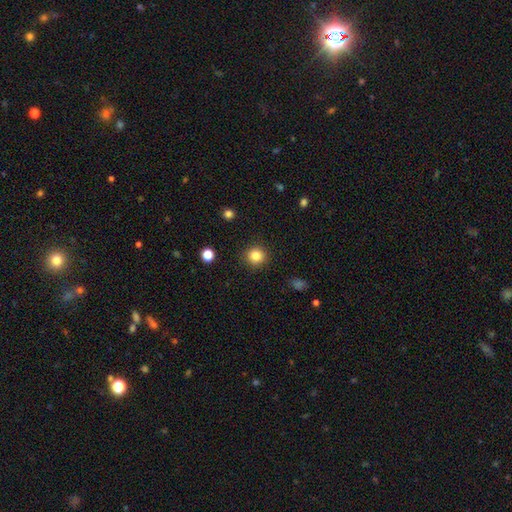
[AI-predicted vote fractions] This is clearly a smooth galaxy (84%). How rounded: clearly round (92%). Merging: clearly none (91%).